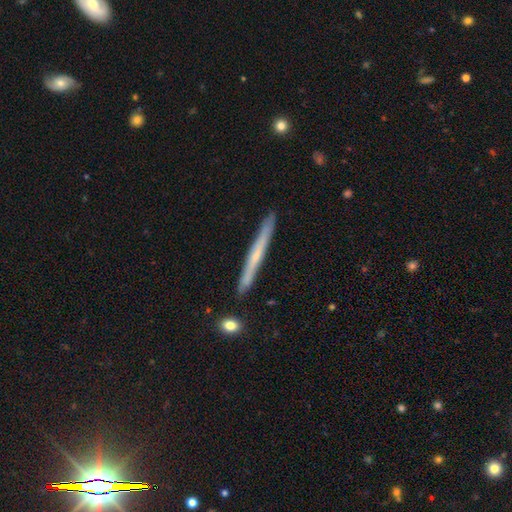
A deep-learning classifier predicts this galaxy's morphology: Smooth or featured: featured or disk — 54% (smooth — 40%)
Edge-on disk: yes — 96% (no — 4%)
Edge-on bulge: none — 66% (rounded — 30%)
Merging: none — 89% (minor disturbance — 7%)